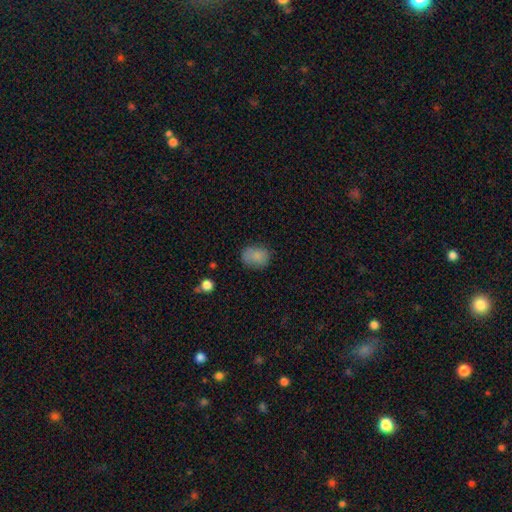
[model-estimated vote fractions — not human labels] Smooth or featured? smooth (83%)
How rounded? in between (54%)
Merging? none (71%)